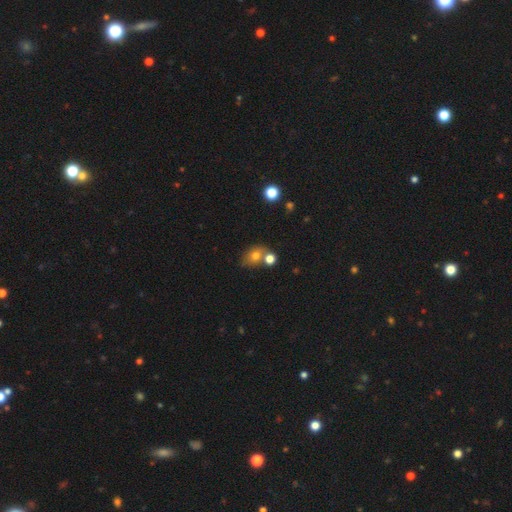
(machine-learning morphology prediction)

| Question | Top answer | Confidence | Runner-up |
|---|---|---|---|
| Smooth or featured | smooth | 72% | featured or disk (15%) |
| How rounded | in between | 58% | round (41%) |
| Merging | none | 53% | merger (29%) |